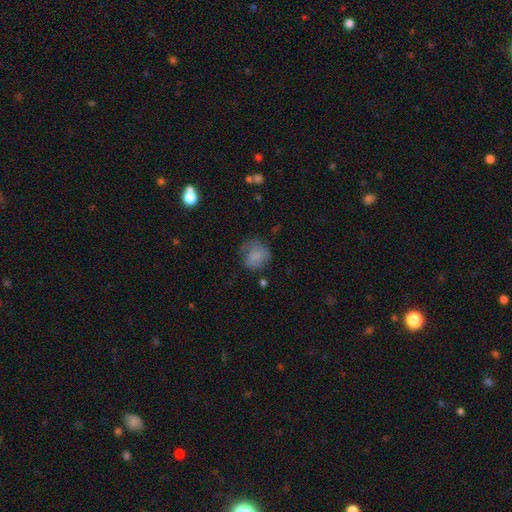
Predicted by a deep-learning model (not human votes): Smooth or featured: smooth — 75% (featured or disk — 16%)
How rounded: round — 75% (in between — 24%)
Merging: none — 49% (minor disturbance — 30%)